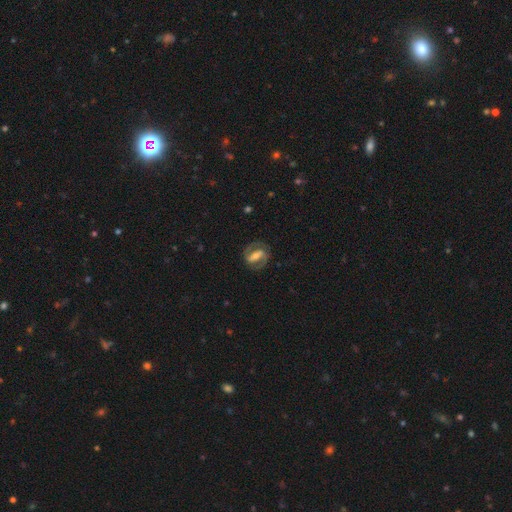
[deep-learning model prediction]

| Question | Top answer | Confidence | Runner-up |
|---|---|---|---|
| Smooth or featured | featured or disk | 81% | smooth (13%) |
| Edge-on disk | no | 96% | yes (4%) |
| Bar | strong | 62% | weak (28%) |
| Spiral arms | yes | 91% | no (9%) |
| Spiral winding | medium | 51% | tight (36%) |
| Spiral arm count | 2 | 90% | can't tell (5%) |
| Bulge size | moderate | 44% | small (34%) |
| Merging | none | 80% | minor disturbance (12%) |